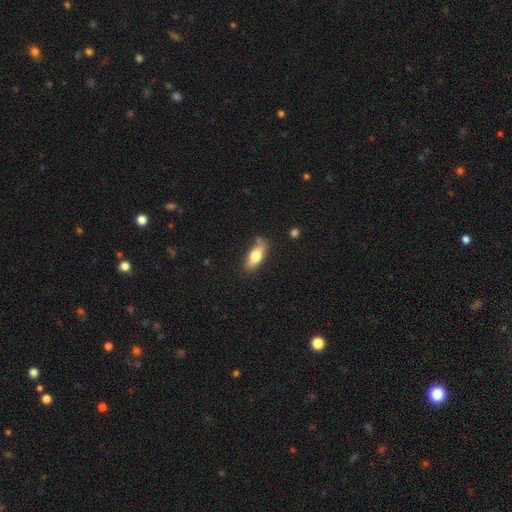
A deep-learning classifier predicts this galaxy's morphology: Smooth or featured? smooth (71%)
How rounded? in between (71%)
Merging? none (77%)